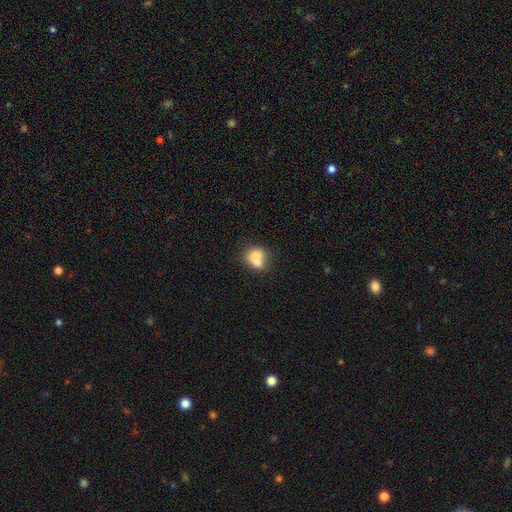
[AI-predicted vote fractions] Overall: smooth (69%). How rounded: round (60%; in between 39%). Merging: merger (61%; none 27%).